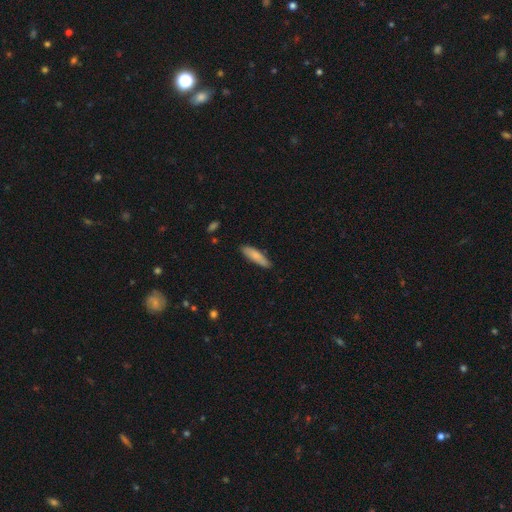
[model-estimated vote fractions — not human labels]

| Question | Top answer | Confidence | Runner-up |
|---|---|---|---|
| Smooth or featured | smooth | 79% | featured or disk (15%) |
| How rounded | cigar-shaped | 68% | in between (31%) |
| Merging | none | 82% | minor disturbance (15%) |